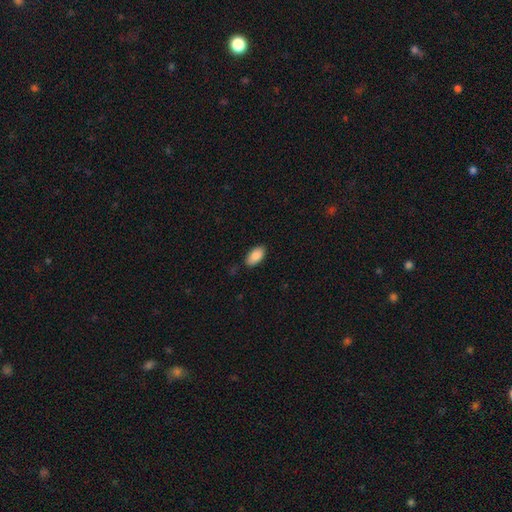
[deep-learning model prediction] Morphology: type=smooth (88%); roundness=in between (95%); merging=none (85%).